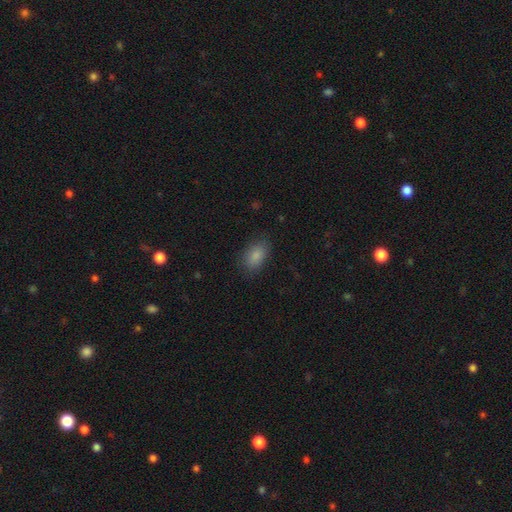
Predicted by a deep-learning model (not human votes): The model was most divided on "merging": none: 81%, minor disturbance: 14%, major disturbance: 4%, merger: 1%. More confident: how rounded — in between (90%); smooth or featured — smooth (85%).